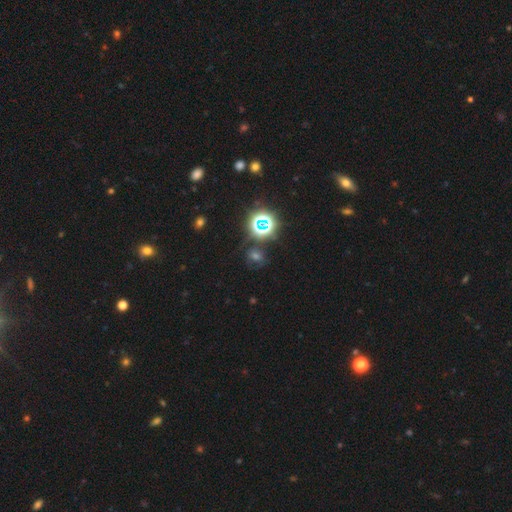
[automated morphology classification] The model was most divided on "smooth or featured": star or artifact: 52%, smooth: 36%, featured or disk: 12%.